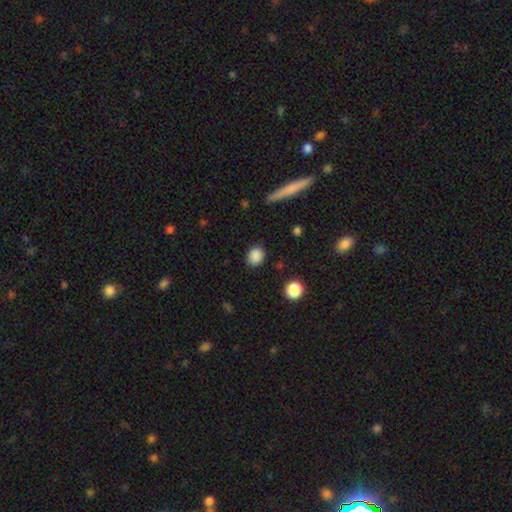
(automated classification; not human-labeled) Overall: smooth (87%). How rounded: round (63%; in between 36%). Merging: none (86%).